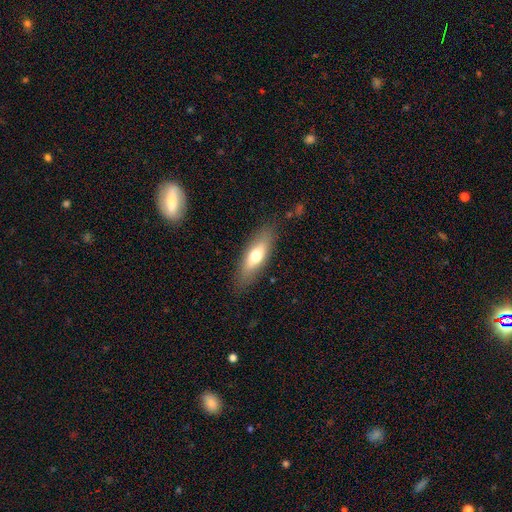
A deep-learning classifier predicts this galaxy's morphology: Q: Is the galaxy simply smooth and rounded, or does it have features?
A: smooth — 62%.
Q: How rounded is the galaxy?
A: in between — 51%.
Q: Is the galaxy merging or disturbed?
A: none — 85%.